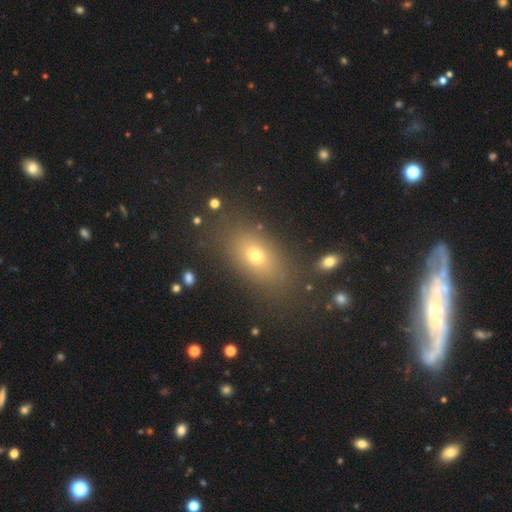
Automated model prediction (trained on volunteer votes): Smooth or featured: smooth — 64% (star or artifact — 21%)
How rounded: in between — 74% (round — 20%)
Merging: none — 83% (minor disturbance — 10%)